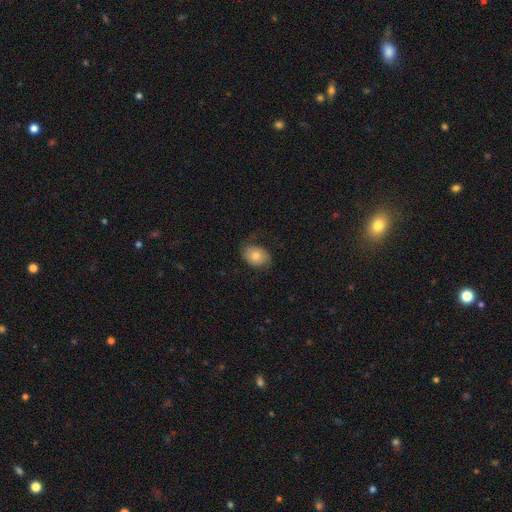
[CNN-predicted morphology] The model was most divided on "how rounded": in between: 67%, round: 32%, cigar-shaped: 1%. More confident: smooth or featured — smooth (71%); merging — none (62%).